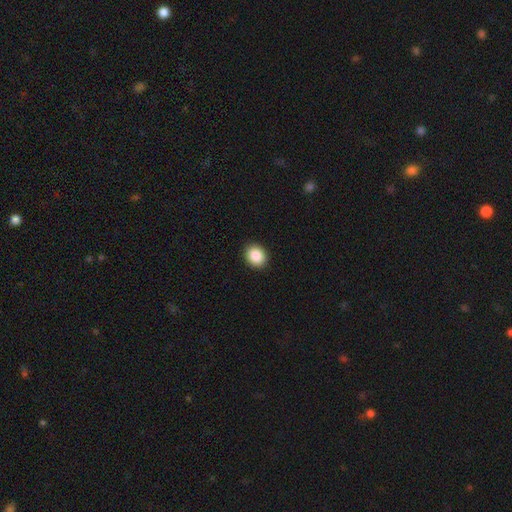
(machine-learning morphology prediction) This appears to be a smooth galaxy with no disk features (89%) that is round (58%). Merging: none (92%).